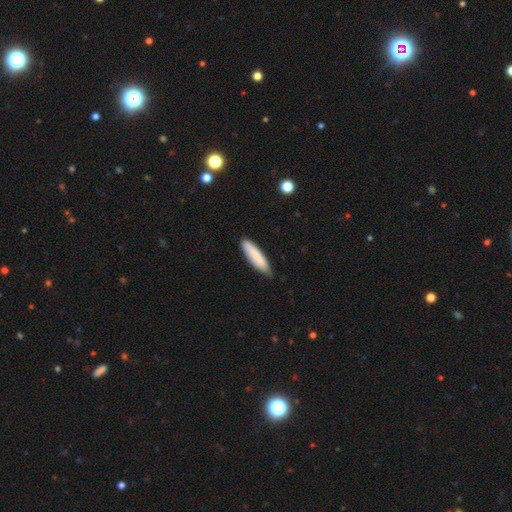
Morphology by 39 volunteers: A smooth galaxy with no disk features (85%) that is cigar-shaped (82%).

Vote fractions:
- Smooth or featured? smooth: 85% / featured or disk: 13% / star or artifact: 3%
- How rounded? cigar-shaped: 82% / in between: 15% / round: 3%
- Merging? none: 66% / minor disturbance: 32% / major disturbance: 3% / merger: 0%